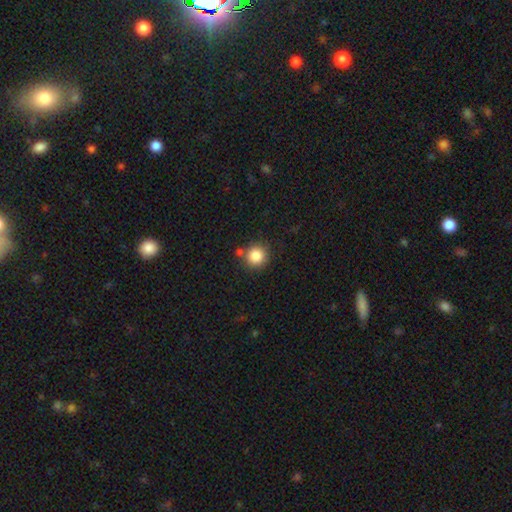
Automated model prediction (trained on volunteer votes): A smooth galaxy with no disk features (85%) that is round (93%).

Vote fractions:
- Smooth or featured? smooth: 85% / star or artifact: 10% / featured or disk: 5%
- How rounded? round: 93% / in between: 6% / cigar-shaped: 1%
- Merging? none: 77% / merger: 10% / minor disturbance: 10% / major disturbance: 3%